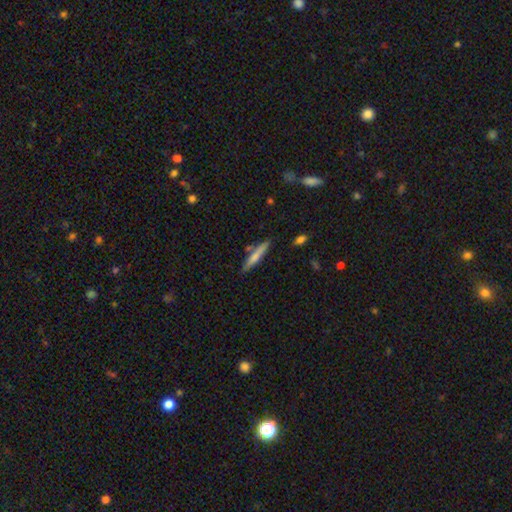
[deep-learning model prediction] This is likely a smooth galaxy (68%). How rounded: clearly cigar-shaped (91%). Merging: likely none (79%).